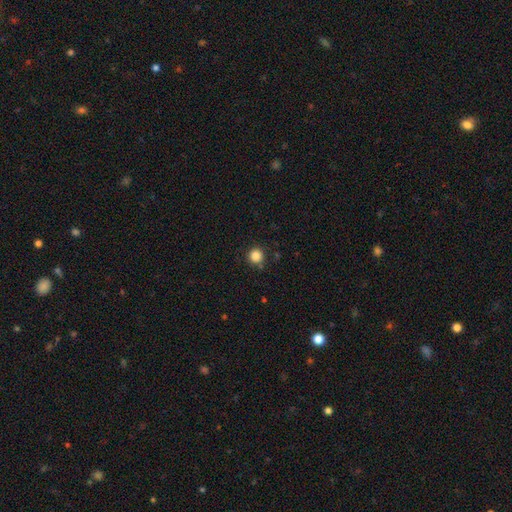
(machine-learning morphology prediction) Smooth or featured: smooth — 85% (star or artifact — 11%)
How rounded: round — 95% (in between — 4%)
Merging: none — 87% (minor disturbance — 8%)